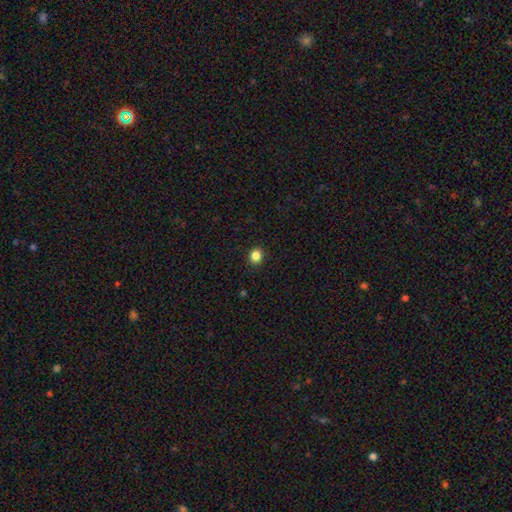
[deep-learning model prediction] A smooth galaxy with no disk features (84%) that is round (80%).

Vote fractions:
- Smooth or featured? smooth: 84% / star or artifact: 12% / featured or disk: 4%
- How rounded? round: 80% / in between: 19% / cigar-shaped: 1%
- Merging? none: 92% / minor disturbance: 5% / major disturbance: 2% / merger: 1%